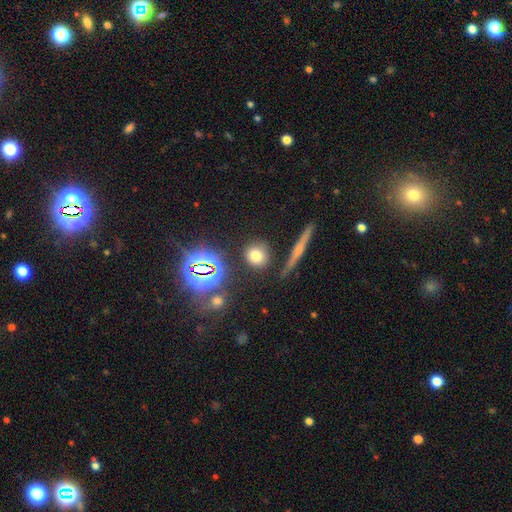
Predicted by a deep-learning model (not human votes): Overall: smooth (72%). How rounded: round (84%). Merging: none (85%).